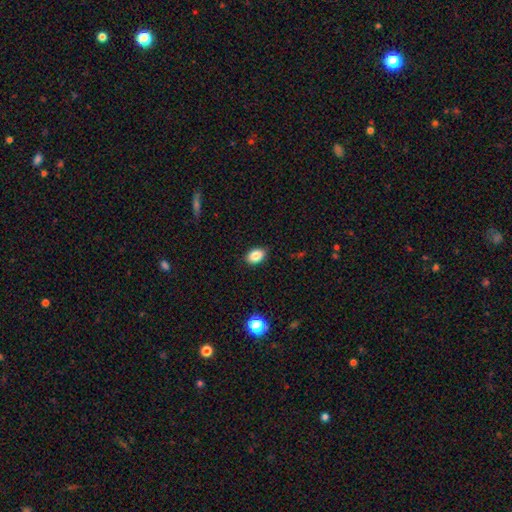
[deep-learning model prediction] Smooth or featured?
  - smooth: 85% *
  - star or artifact: 9%
  - featured or disk: 6%
How rounded?
  - in between: 80% *
  - round: 19%
  - cigar-shaped: 1%
Merging?
  - none: 88% *
  - minor disturbance: 9%
  - major disturbance: 2%
  - merger: 1%